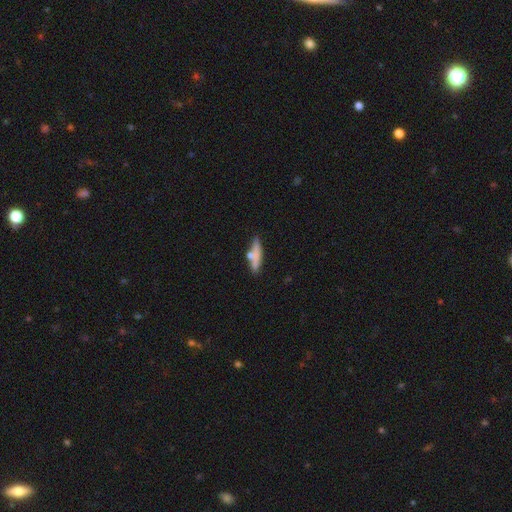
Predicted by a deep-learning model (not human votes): smooth 66%, featured or disk 27%, star or artifact 7%. Down the decision tree: how rounded — cigar-shaped (79%); merging — none (64%).